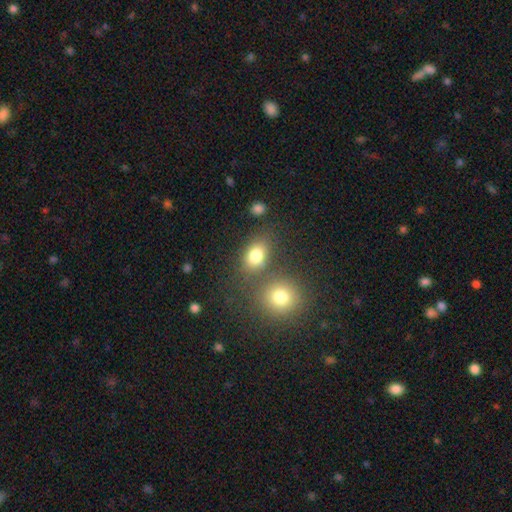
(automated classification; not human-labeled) Q: Smooth or featured?
A: smooth (79%); runner-up: star or artifact (12%)
Q: How rounded?
A: in between (64%); runner-up: round (35%)
Q: Merging?
A: none (62%); runner-up: merger (22%)